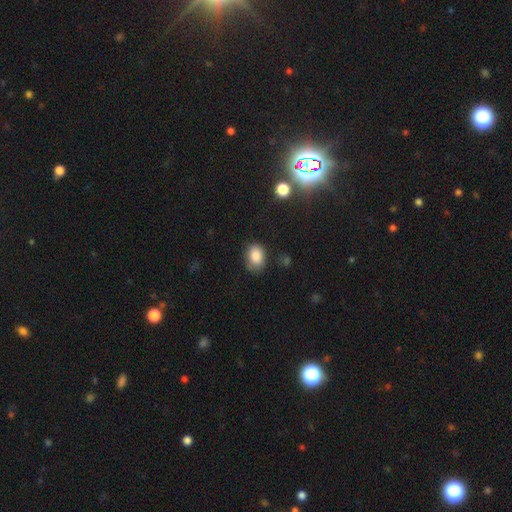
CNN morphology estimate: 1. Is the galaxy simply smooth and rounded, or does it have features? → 85% smooth, 9% star or artifact, 6% featured or disk.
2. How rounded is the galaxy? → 70% in between, 29% round, 1% cigar-shaped.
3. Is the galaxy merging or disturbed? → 67% none, 24% minor disturbance, 6% major disturbance, 2% merger.